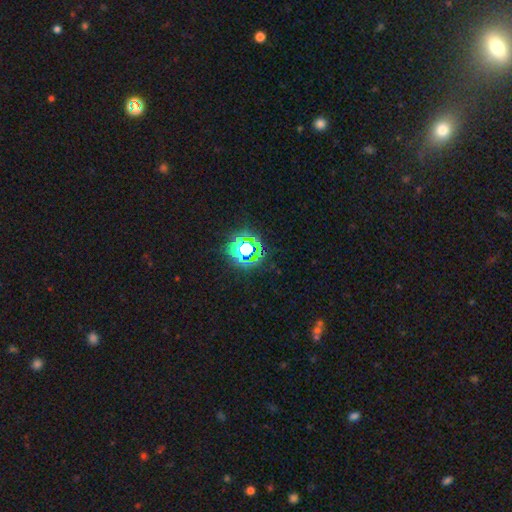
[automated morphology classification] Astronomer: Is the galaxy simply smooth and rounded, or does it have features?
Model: star or artifact — 74%.